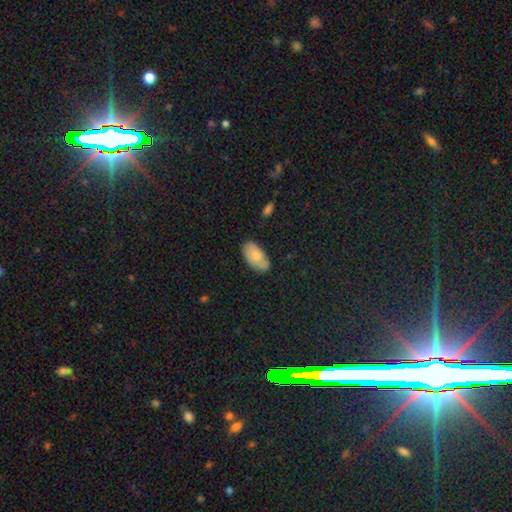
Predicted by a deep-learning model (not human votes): A smooth galaxy with no disk features (62%) that is in between round and cigar-shaped (94%). Merging: none (71%).